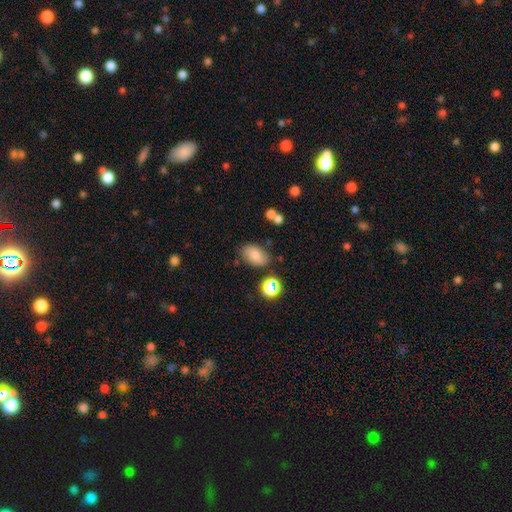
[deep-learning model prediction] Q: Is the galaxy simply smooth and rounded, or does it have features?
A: smooth — 75%.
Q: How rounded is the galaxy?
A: in between — 89%.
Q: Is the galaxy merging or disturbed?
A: none — 75%.